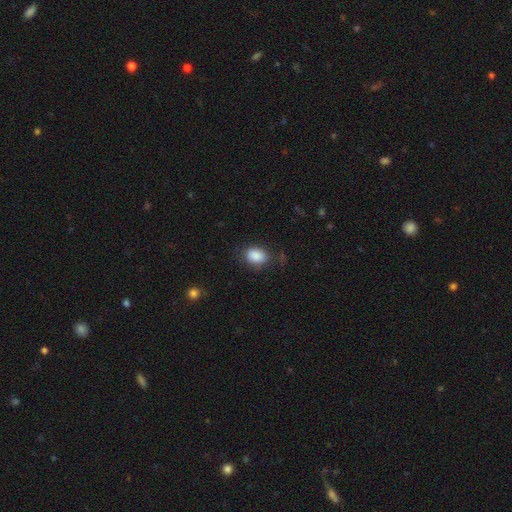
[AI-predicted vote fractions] A smooth galaxy with no disk features (88%) that is in between round and cigar-shaped (76%). Merging: none (75%).